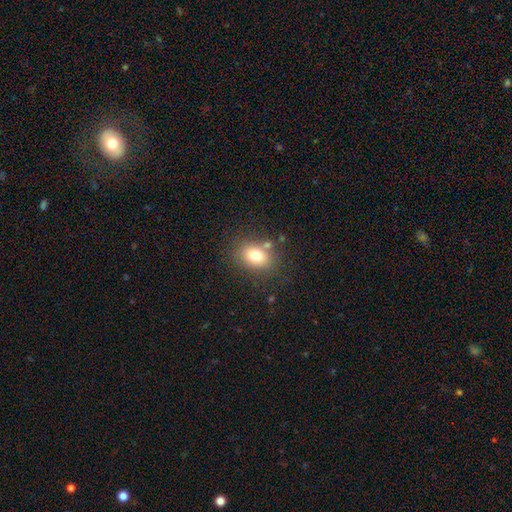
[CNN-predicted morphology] The model was most divided on "how rounded": in between: 63%, round: 36%, cigar-shaped: 1%. More confident: smooth or featured — smooth (77%); merging — none (75%).